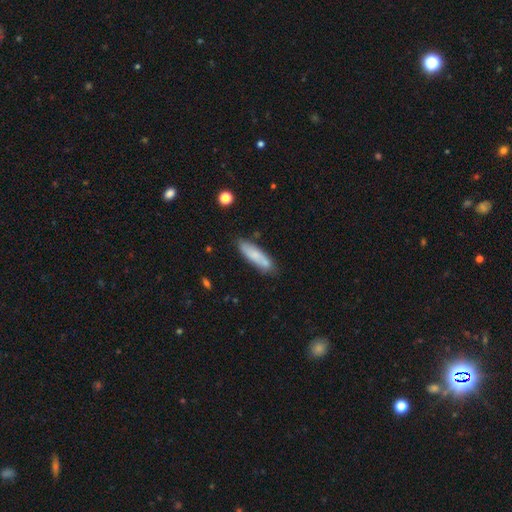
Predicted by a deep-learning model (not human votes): This appears to be a smooth galaxy with no disk features (70%) that is cigar-shaped (66%). Merging: none (71%).